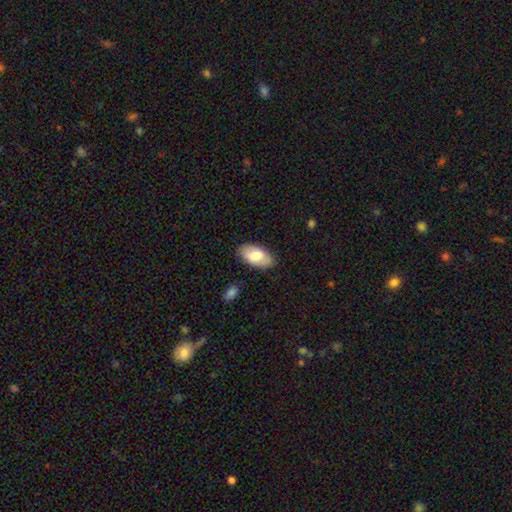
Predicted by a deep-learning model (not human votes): Q: Smooth or featured?
A: smooth (73%); runner-up: featured or disk (21%)
Q: How rounded?
A: in between (94%); runner-up: cigar-shaped (3%)
Q: Merging?
A: none (83%); runner-up: minor disturbance (13%)